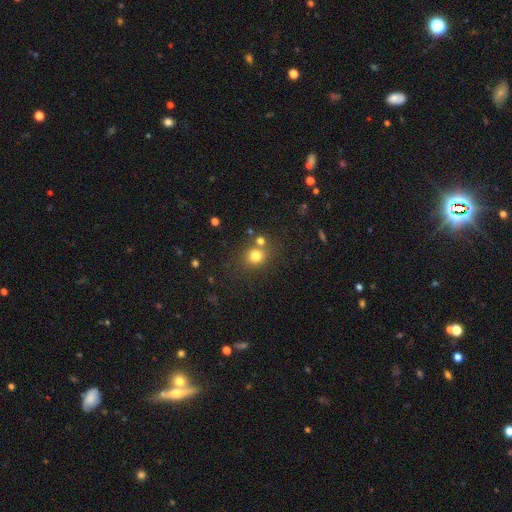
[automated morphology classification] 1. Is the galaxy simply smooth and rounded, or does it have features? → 78% smooth, 15% star or artifact, 8% featured or disk.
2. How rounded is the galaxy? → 83% round, 16% in between, 1% cigar-shaped.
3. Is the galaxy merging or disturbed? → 67% none, 19% merger, 10% minor disturbance, 4% major disturbance.